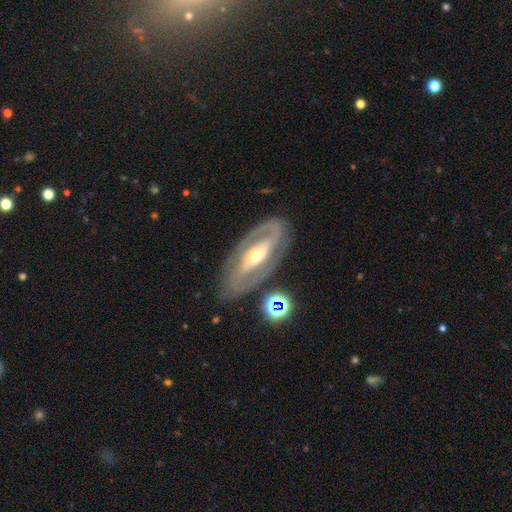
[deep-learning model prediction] The model was most divided on "spiral winding": tight: 48%, medium: 40%, loose: 12%. Remaining: edge-on disk — no (92%); smooth or featured — featured or disk (84%); spiral arms — yes (84%); merging — none (79%); spiral arm count — 2 (78%); bulge size — moderate (52%); bar — strong (41%).